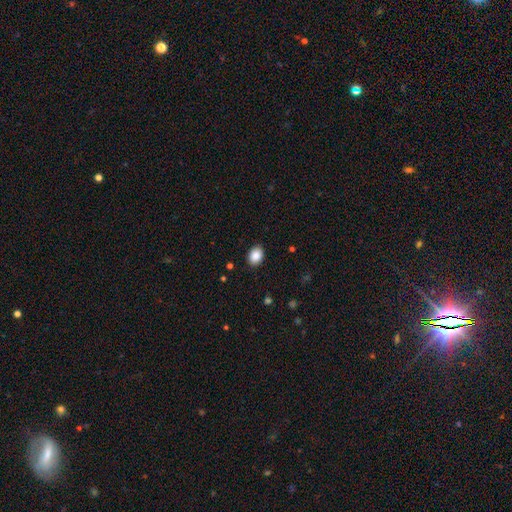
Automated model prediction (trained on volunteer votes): This is clearly a smooth galaxy (89%). How rounded: likely in between (73%). Merging: clearly none (89%).